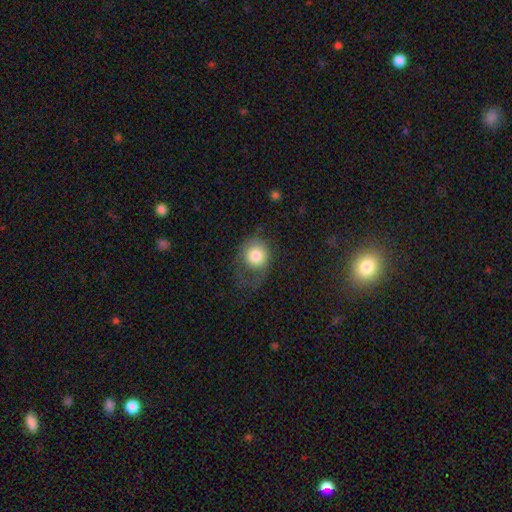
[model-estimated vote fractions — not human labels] smooth_or_featured: smooth (p=0.77) [alt: featured or disk p=0.15]
how_rounded: round (p=0.73) [alt: in between p=0.27]
merging: major disturbance (p=0.37) [alt: none p=0.36]